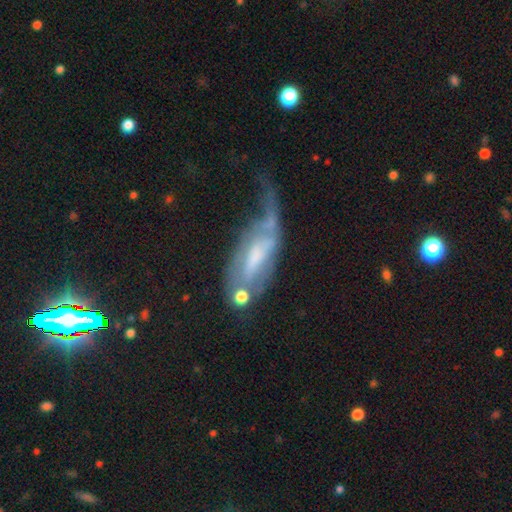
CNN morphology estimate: This appears to be a featured or disk galaxy (60%). Merging: major disturbance (46%).